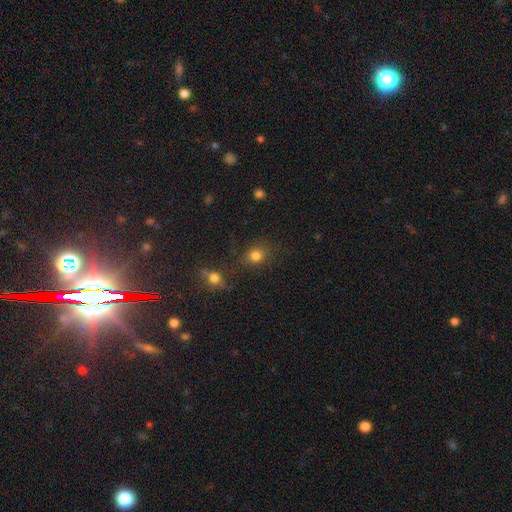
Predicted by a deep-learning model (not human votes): A smooth galaxy with no disk features (79%) that is round (74%). Merging: none (75%).